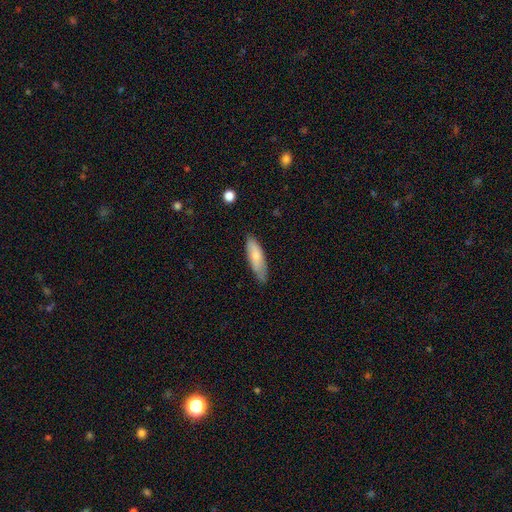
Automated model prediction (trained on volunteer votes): A smooth galaxy with no disk features (75%) that is cigar-shaped (50%). Merging: none (74%).